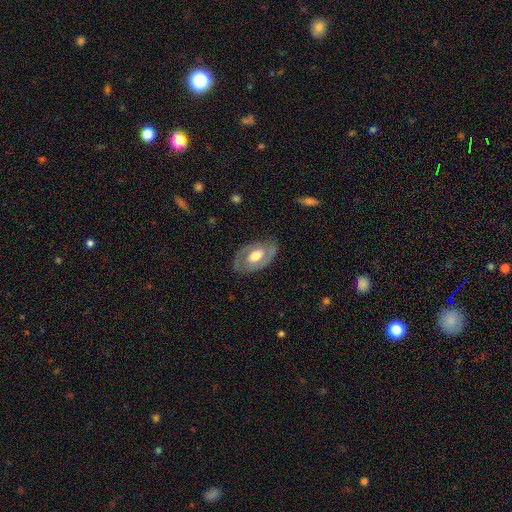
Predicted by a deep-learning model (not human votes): Q: Smooth or featured?
A: featured or disk (65%); runner-up: smooth (30%)
Q: Edge-on disk?
A: no (92%); runner-up: yes (8%)
Q: Bar?
A: no (60%); runner-up: weak (29%)
Q: Spiral arms?
A: yes (50%); tied with: no (50%)
Q: Bulge size?
A: moderate (59%); runner-up: large (30%)
Q: Merging?
A: none (77%); runner-up: minor disturbance (16%)